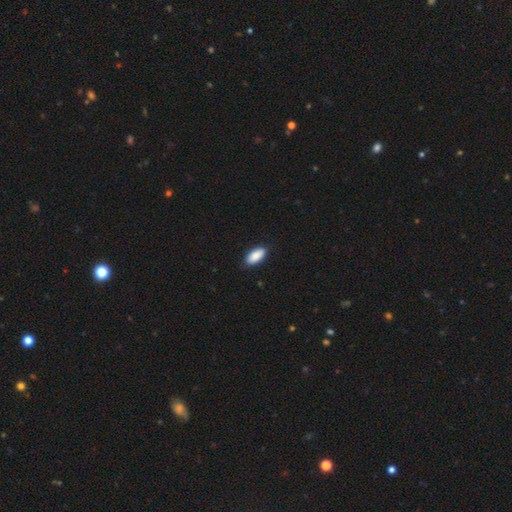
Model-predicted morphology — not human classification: smooth-or-featured: smooth: 90% | star or artifact: 6% | featured or disk: 4%
  how-rounded: in between: 91% | cigar-shaped: 7% | round: 2%
  merging: none: 88% | minor disturbance: 10% | major disturbance: 2% | merger: 1%